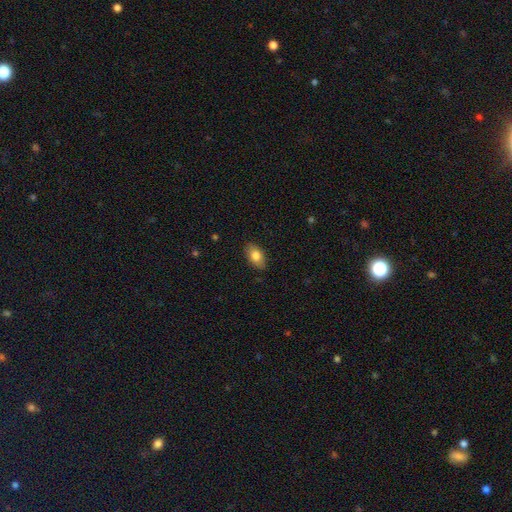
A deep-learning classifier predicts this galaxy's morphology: Smooth or featured?
  - smooth: 81% *
  - featured or disk: 12%
  - star or artifact: 7%
How rounded?
  - in between: 91% *
  - round: 7%
  - cigar-shaped: 2%
Merging?
  - none: 85% *
  - minor disturbance: 11%
  - major disturbance: 2%
  - merger: 1%